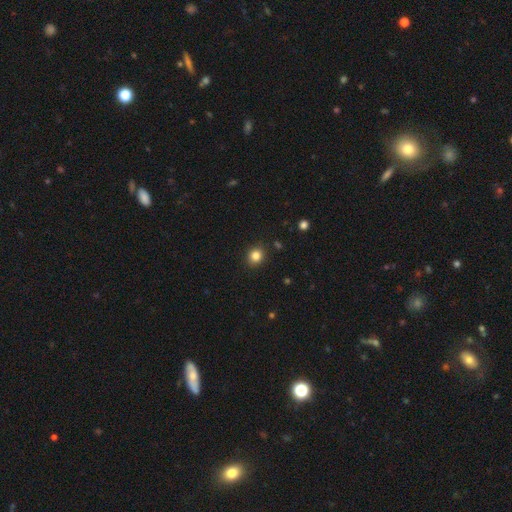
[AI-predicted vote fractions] Smooth or featured?
  - smooth: 84% *
  - star or artifact: 12%
  - featured or disk: 5%
How rounded?
  - round: 79% *
  - in between: 20%
  - cigar-shaped: 1%
Merging?
  - none: 90% *
  - minor disturbance: 7%
  - major disturbance: 2%
  - merger: 1%